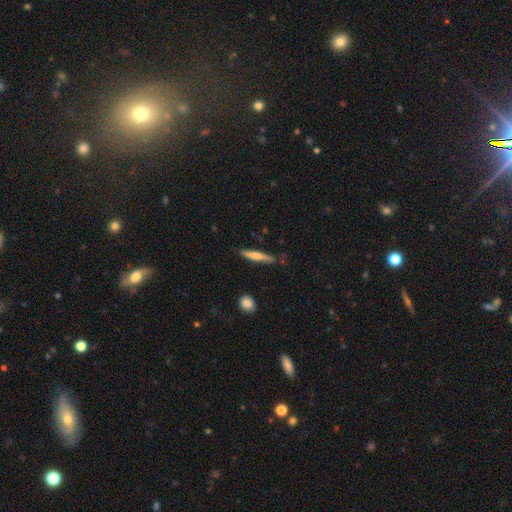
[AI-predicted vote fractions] Smooth or featured: smooth — 58% (featured or disk — 36%)
How rounded: cigar-shaped — 91% (in between — 7%)
Merging: none — 80% (minor disturbance — 14%)